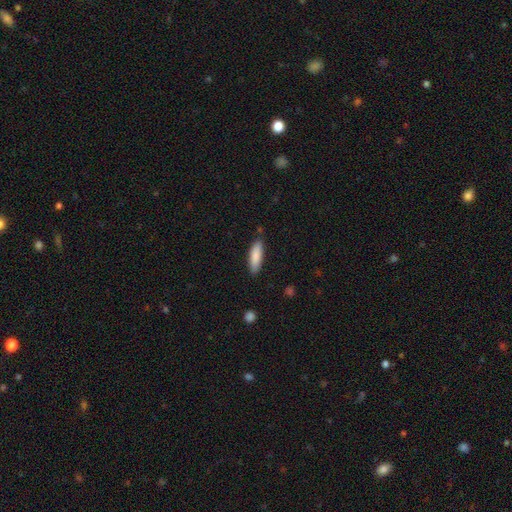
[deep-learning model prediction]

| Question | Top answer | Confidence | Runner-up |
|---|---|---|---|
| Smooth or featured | smooth | 87% | featured or disk (8%) |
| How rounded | cigar-shaped | 56% | in between (43%) |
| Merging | none | 85% | minor disturbance (11%) |